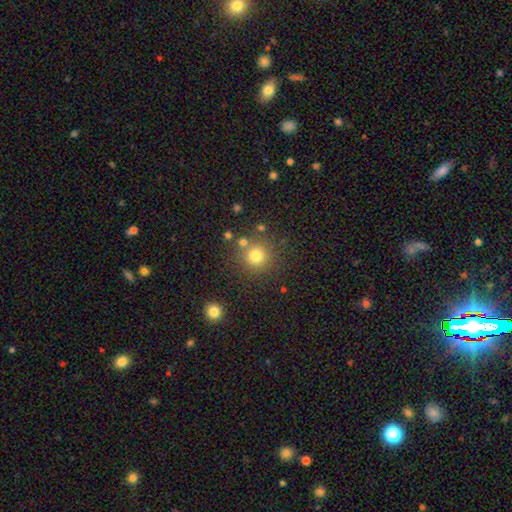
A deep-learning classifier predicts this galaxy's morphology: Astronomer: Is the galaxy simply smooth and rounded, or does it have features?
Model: smooth — 77%.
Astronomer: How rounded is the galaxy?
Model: round — 93%.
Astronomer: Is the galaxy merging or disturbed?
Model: none — 79%.